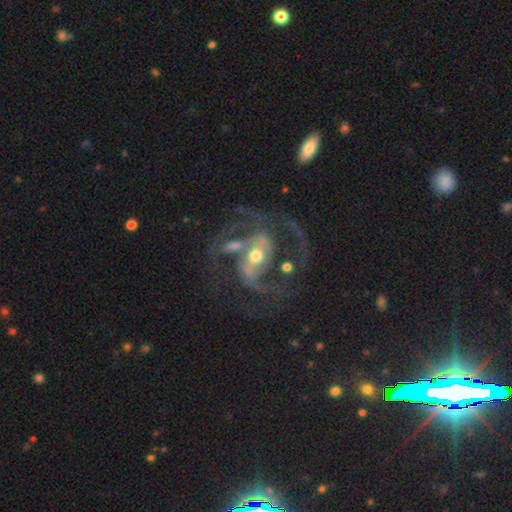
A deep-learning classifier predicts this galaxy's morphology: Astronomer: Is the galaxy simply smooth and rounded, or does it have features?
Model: featured or disk — 86%.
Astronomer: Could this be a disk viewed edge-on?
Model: no — 97%.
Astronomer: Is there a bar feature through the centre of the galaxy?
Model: weak — 37% (runner-up: strong, 32%).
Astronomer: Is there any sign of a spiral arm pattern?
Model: yes — 91%.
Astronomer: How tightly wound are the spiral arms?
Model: medium — 50% (runner-up: loose, 34%).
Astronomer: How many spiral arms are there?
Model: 2 — 60%.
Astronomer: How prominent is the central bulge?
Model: moderate — 61%.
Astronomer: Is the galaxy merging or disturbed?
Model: none — 42% (runner-up: major disturbance, 27%).